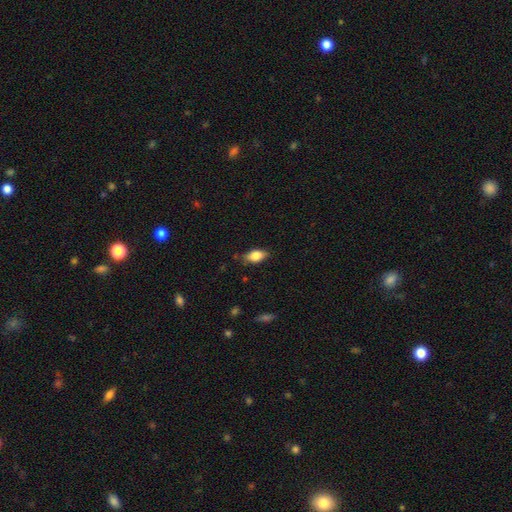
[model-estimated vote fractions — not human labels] Morphology: type=smooth (81%); roundness=in between (88%); merging=none (77%).